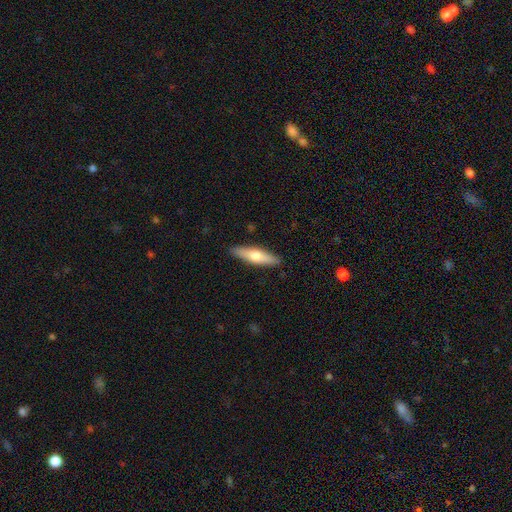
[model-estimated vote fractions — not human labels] Morphology: type=smooth (55%); roundness=cigar-shaped (68%); merging=none (90%).